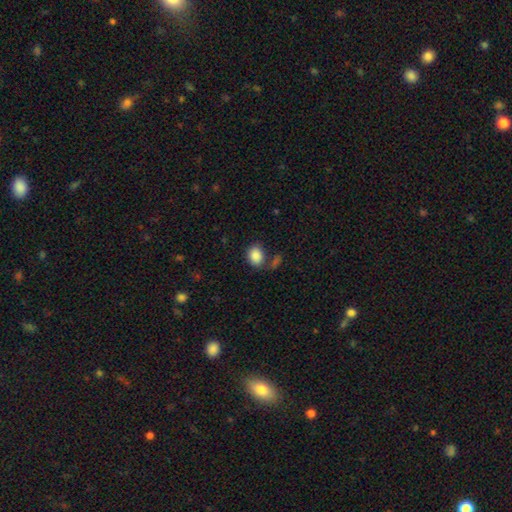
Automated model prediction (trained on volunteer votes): Smooth or featured?
  - smooth: 87% *
  - star or artifact: 8%
  - featured or disk: 5%
How rounded?
  - in between: 61% *
  - round: 38%
  - cigar-shaped: 1%
Merging?
  - none: 59% *
  - minor disturbance: 17%
  - merger: 16%
  - major disturbance: 8%